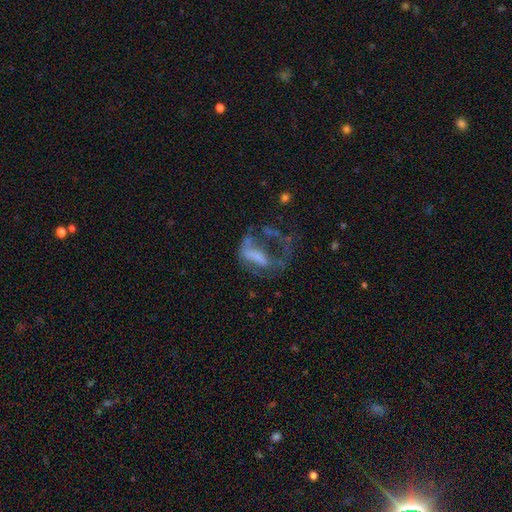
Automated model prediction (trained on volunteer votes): Overall: featured or disk (53%; smooth 32%). Edge-on disk: no (93%). Merging: major disturbance (57%; none 22%).